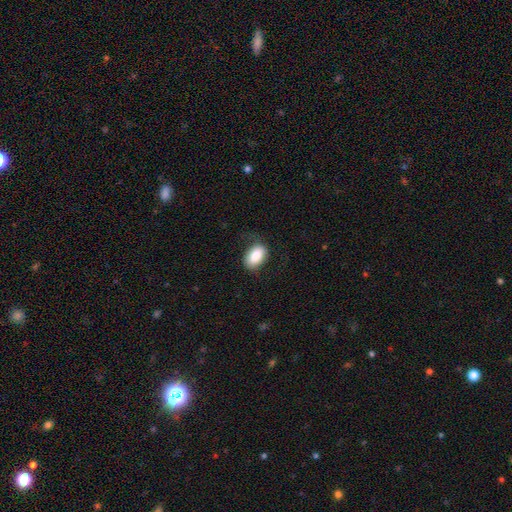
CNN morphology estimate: The model was most divided on "merging": none: 72%, minor disturbance: 19%, major disturbance: 7%, merger: 1%. More confident: how rounded — in between (88%); smooth or featured — smooth (85%).